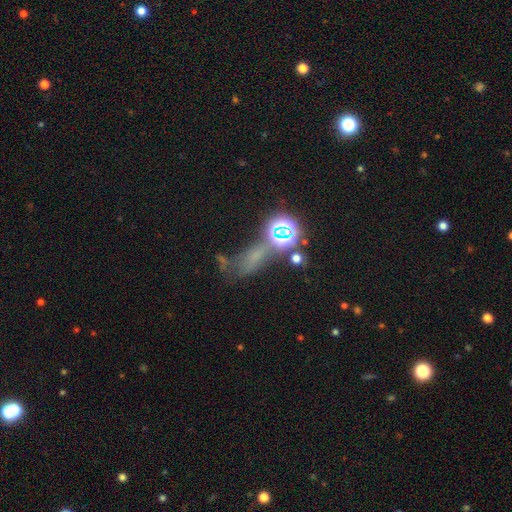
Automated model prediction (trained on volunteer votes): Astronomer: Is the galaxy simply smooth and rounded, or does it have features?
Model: star or artifact — 52% (runner-up: smooth, 31%).